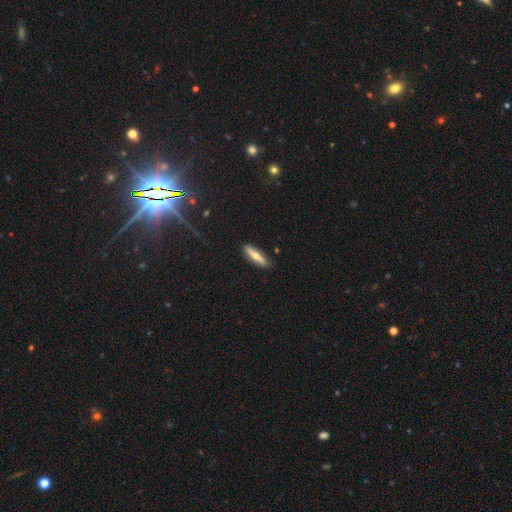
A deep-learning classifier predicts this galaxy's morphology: This appears to be a featured or disk galaxy (47%). Merging: none (87%).